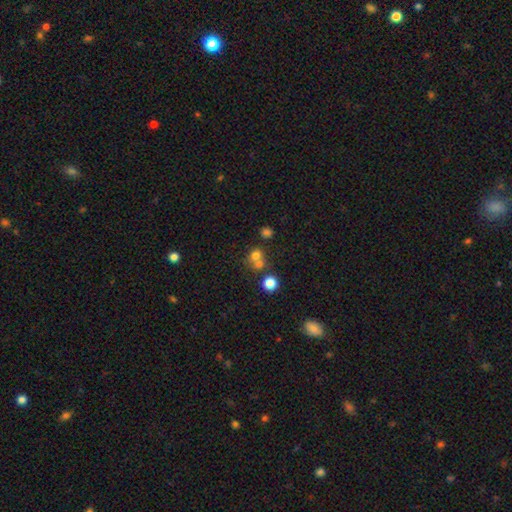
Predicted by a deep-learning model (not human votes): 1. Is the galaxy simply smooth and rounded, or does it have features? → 71% smooth, 17% star or artifact, 12% featured or disk.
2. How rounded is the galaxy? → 79% round, 20% in between, 1% cigar-shaped.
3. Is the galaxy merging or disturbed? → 47% none, 42% merger, 7% minor disturbance, 4% major disturbance.